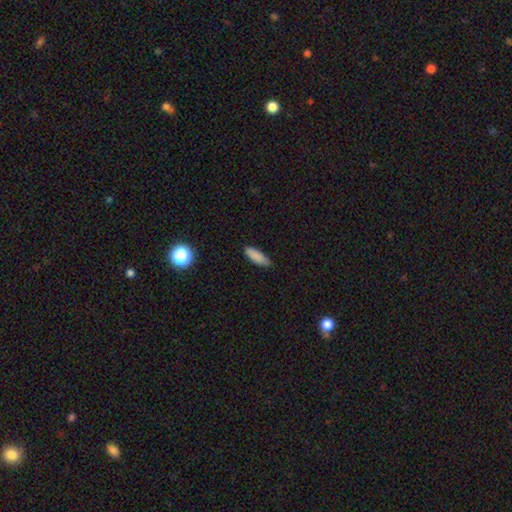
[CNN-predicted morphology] Q: Smooth or featured?
A: smooth (86%); runner-up: star or artifact (8%)
Q: How rounded?
A: in between (55%); runner-up: cigar-shaped (43%)
Q: Merging?
A: none (81%); runner-up: minor disturbance (15%)